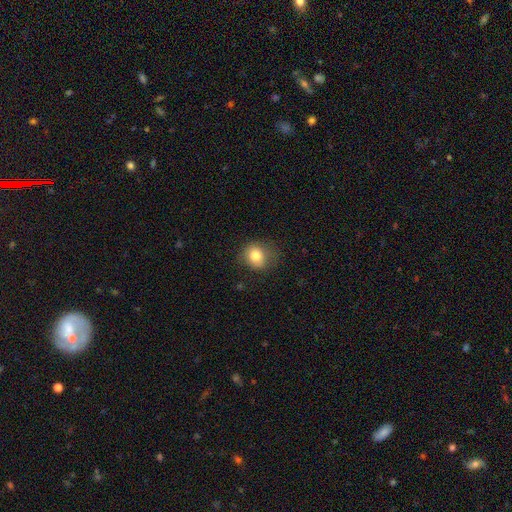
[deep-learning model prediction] Overall: smooth (80%). How rounded: round (73%). Merging: none (70%).